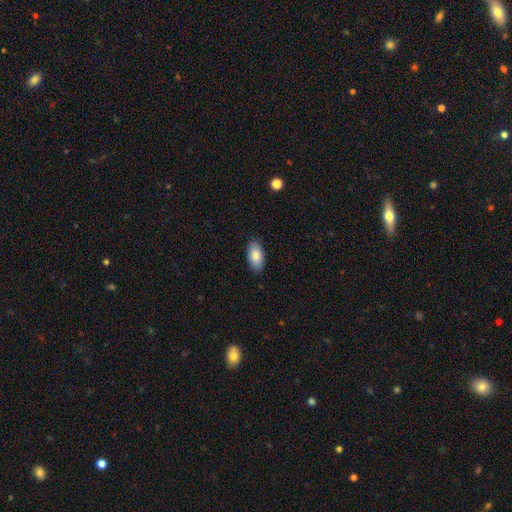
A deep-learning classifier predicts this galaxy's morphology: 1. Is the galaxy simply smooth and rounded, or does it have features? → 85% smooth, 8% featured or disk, 6% star or artifact.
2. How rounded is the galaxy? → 94% in between, 3% round, 3% cigar-shaped.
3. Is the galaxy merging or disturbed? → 87% none, 10% minor disturbance, 2% major disturbance, 1% merger.